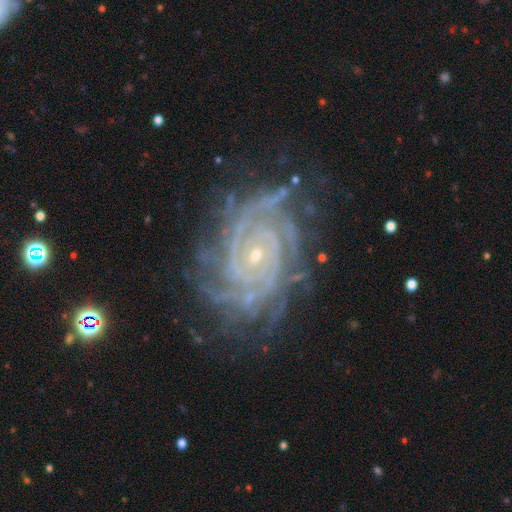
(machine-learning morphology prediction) smooth-or-featured: featured or disk: 92% | star or artifact: 6% | smooth: 3%
  disk-edge-on: no: 97% | yes: 3%
    bar: no: 70% | weak: 20% | strong: 10%
    has-spiral-arms: yes: 99% | no: 1%
      spiral-winding: tight: 82% | medium: 16% | loose: 2%
      spiral-arm-count: 4: 22% | 2: 19% | 3: 17% | more than 4: 17% | can't tell: 15% | 1: 8%
    bulge-size: small: 82% | moderate: 14% | none: 1% | large: 1% | dominant: 1%
  merging: none: 74% | minor disturbance: 18% | major disturbance: 7% | merger: 2%